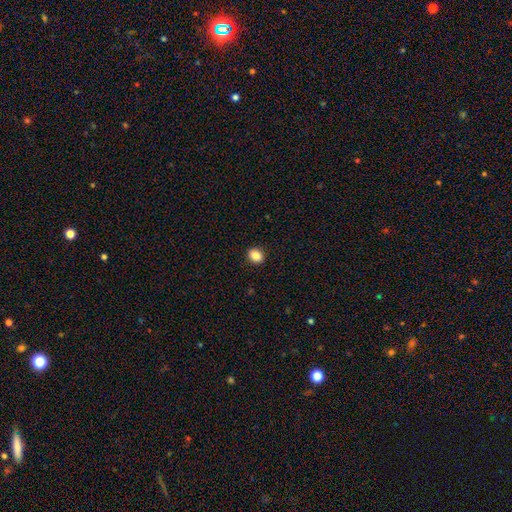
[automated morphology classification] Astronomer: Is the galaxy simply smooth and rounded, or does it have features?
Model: smooth — 86%.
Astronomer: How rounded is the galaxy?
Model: round — 56% (runner-up: in between, 43%).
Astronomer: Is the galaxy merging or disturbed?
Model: none — 91%.